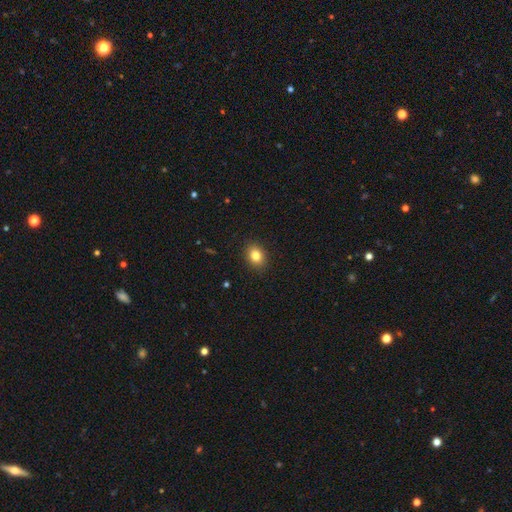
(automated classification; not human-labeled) smooth 83%, star or artifact 10%, featured or disk 7%. Down the decision tree: how rounded — in between (58%); merging — none (90%).